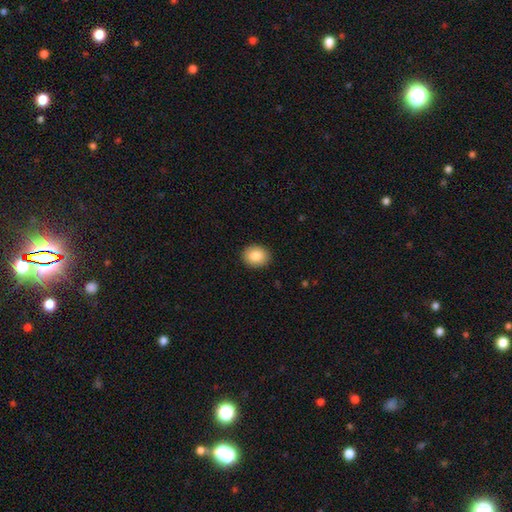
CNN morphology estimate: smooth_or_featured: smooth (p=0.86) [alt: star or artifact p=0.08]
how_rounded: round (p=0.54) [alt: in between p=0.46]
merging: none (p=0.91) [alt: minor disturbance p=0.07]